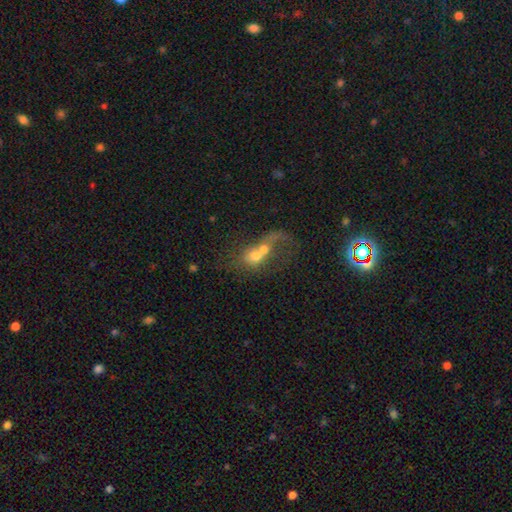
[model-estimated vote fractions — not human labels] Smooth or featured? Predicted: smooth (p=0.49). Merging? Predicted: merger (p=0.76).